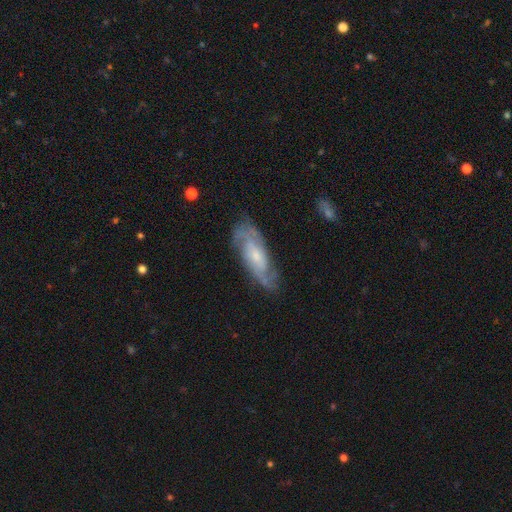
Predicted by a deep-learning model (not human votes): This appears to be a featured or disk galaxy (80%) with no bar (56%), 2 (47%) tight (44%) spiral arms (94%) and a small central bulge (55%). Merging: none (75%).